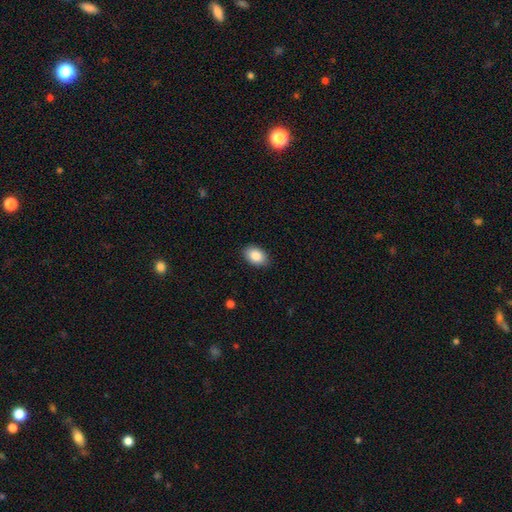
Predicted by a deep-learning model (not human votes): Q: Smooth or featured?
A: smooth (86%); runner-up: star or artifact (7%)
Q: How rounded?
A: in between (86%); runner-up: round (12%)
Q: Merging?
A: none (87%); runner-up: minor disturbance (10%)